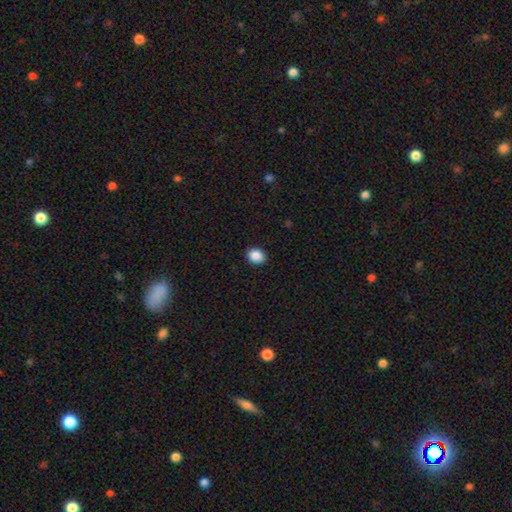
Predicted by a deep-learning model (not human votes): Overall: smooth (88%). How rounded: round (58%; in between 41%). Merging: none (90%).